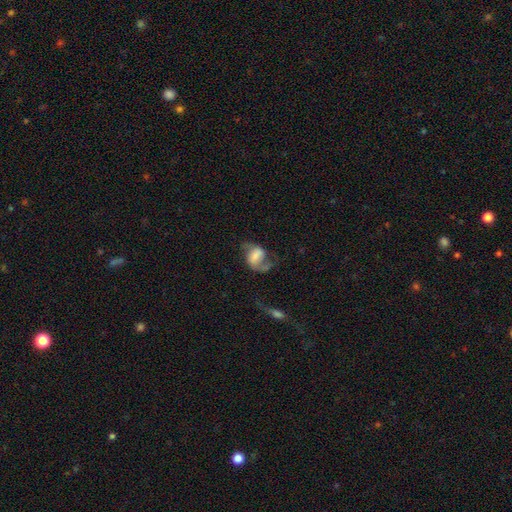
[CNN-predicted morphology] A featured or disk galaxy (58%) with a weak bar (41%), spiral arms (83%) and a small central bulge (28%).

Vote fractions:
- Smooth or featured? featured or disk: 58% / smooth: 34% / star or artifact: 8%
- Edge-on disk? no: 97% / yes: 3%
- Bar? weak: 41% / no: 34% / strong: 25%
- Spiral arms? yes: 83% / no: 17%
- Bulge size? small: 28% / none: 24% / moderate: 24% / large: 19% / dominant: 6%
- Merging? major disturbance: 37% / none: 36% / minor disturbance: 21% / merger: 6%